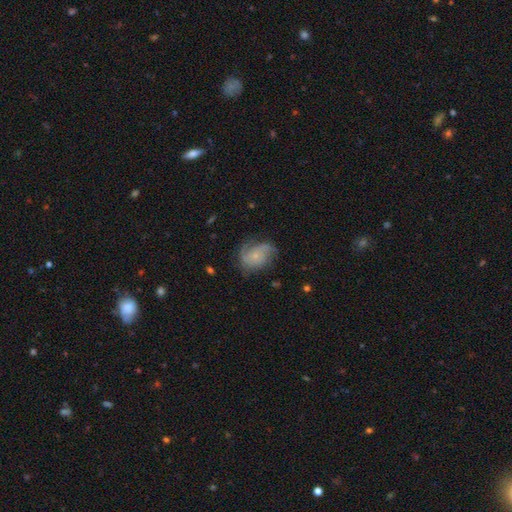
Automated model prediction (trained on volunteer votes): This appears to be a featured or disk galaxy (62%) with no bar (78%), 2 (42%) medium (42%) spiral arms (88%) and a small central bulge (74%). Merging: none (57%).